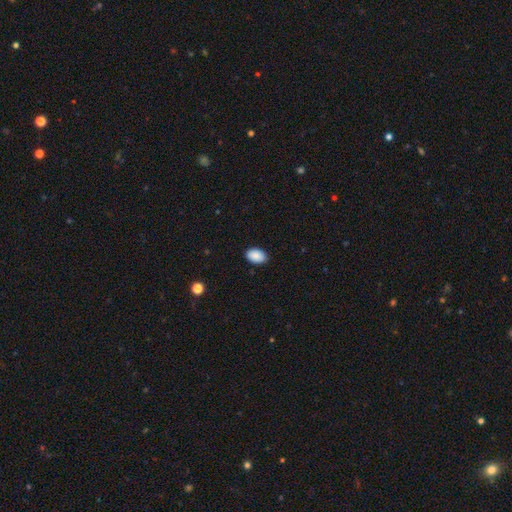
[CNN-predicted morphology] The model was most divided on "how rounded": in between: 90%, round: 9%, cigar-shaped: 1%. More confident: smooth or featured — smooth (89%); merging — none (89%).